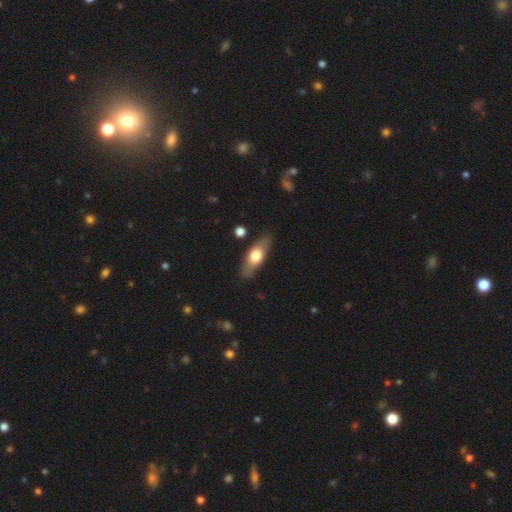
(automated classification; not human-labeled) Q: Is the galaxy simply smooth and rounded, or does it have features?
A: smooth — 55%.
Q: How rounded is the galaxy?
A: in between — 59%.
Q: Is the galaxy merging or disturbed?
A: none — 84%.